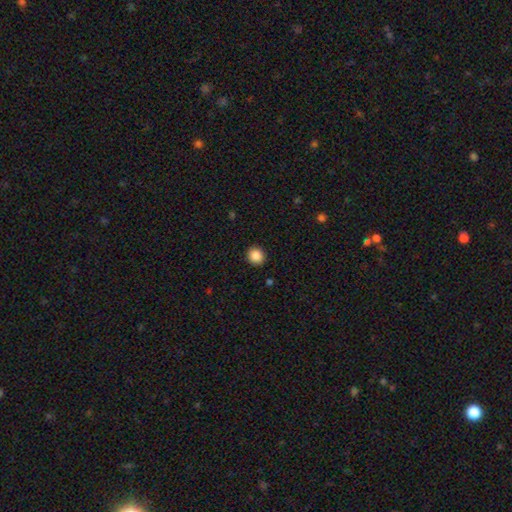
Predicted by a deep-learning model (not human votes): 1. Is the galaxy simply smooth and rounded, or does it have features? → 87% smooth, 10% star or artifact, 4% featured or disk.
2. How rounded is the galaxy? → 86% round, 13% in between, 1% cigar-shaped.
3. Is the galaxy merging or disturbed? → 92% none, 5% minor disturbance, 2% major disturbance, 1% merger.